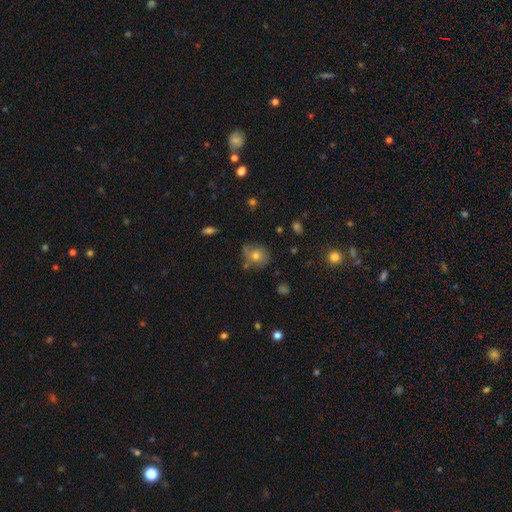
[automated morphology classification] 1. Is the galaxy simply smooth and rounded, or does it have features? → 65% smooth, 21% featured or disk, 14% star or artifact.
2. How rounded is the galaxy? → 67% round, 32% in between, 1% cigar-shaped.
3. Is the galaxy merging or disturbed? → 62% none, 24% minor disturbance, 8% major disturbance, 6% merger.